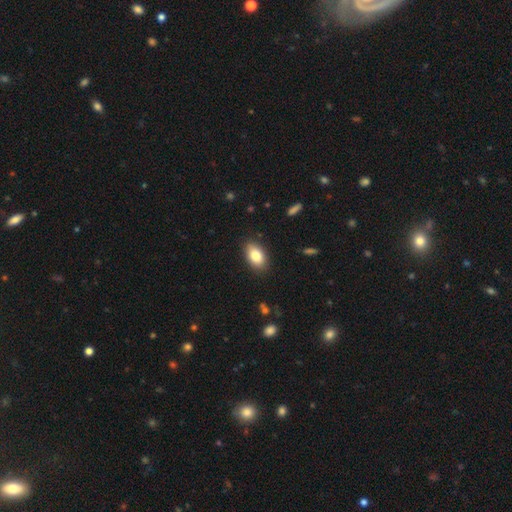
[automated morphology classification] smooth-or-featured: smooth: 82% | featured or disk: 10% | star or artifact: 8%
  how-rounded: in between: 90% | round: 8% | cigar-shaped: 2%
  merging: none: 87% | minor disturbance: 10% | major disturbance: 2% | merger: 1%